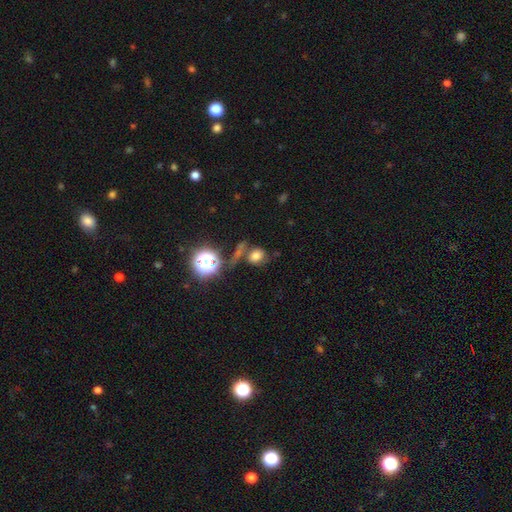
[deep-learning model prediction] The model was most divided on "how rounded": round: 57%, in between: 41%, cigar-shaped: 2%. More confident: smooth or featured — smooth (68%); merging — none (56%).